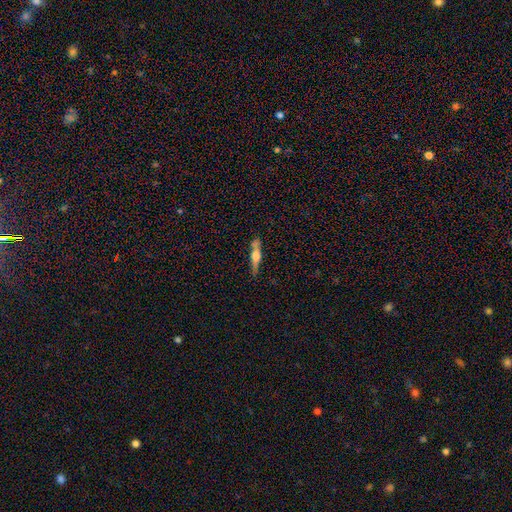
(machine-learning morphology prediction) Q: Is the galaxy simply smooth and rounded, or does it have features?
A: featured or disk — 56%.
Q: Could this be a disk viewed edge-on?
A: yes — 94%.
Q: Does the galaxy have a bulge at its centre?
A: rounded — 87%.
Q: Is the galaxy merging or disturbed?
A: none — 69%.